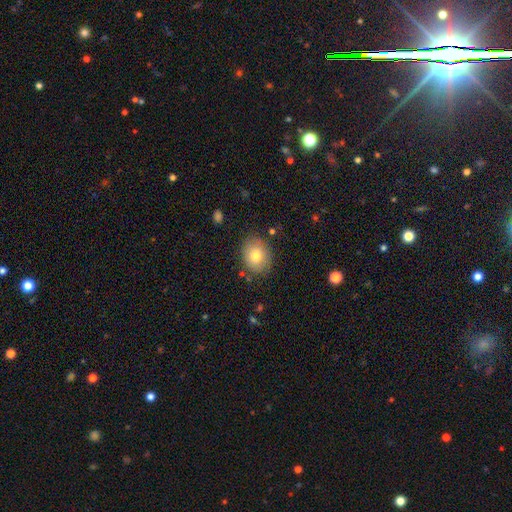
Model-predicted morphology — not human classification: This is likely a smooth galaxy (77%). How rounded: possibly round (53%). Merging: clearly none (82%).